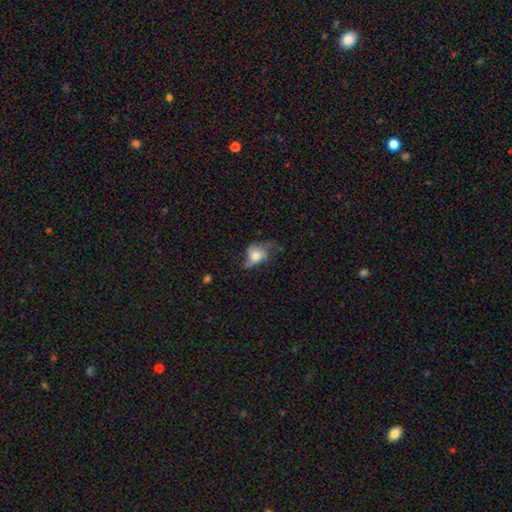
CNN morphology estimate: Overall: smooth (49%; featured or disk 42%). Merging: major disturbance (36%, tied with none).